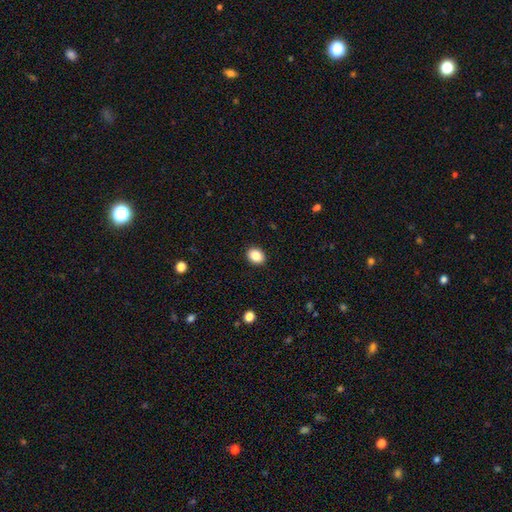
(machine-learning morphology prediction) smooth 87%, star or artifact 9%, featured or disk 4%. Down the decision tree: how rounded — in between (52%); merging — none (91%).